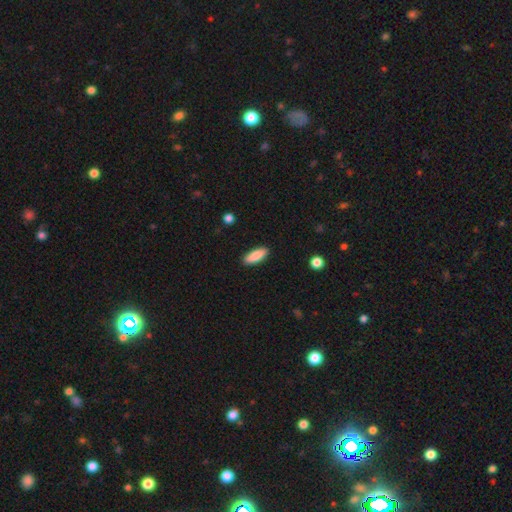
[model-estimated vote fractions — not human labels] Smooth or featured? Predicted: smooth (p=0.87). How rounded? Predicted: in between (p=0.63). Merging? Predicted: none (p=0.89).